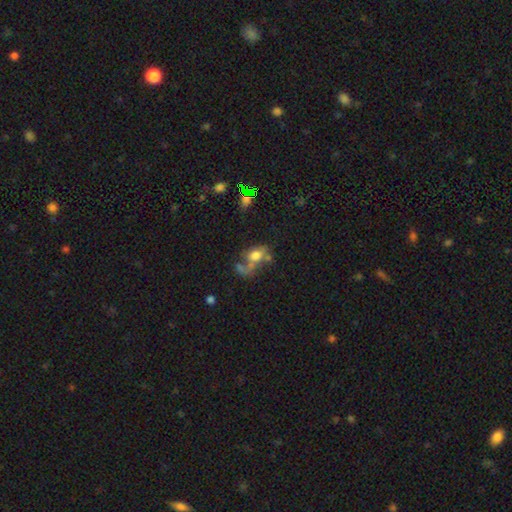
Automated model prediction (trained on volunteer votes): A smooth galaxy with no disk features (50%).

Vote fractions:
- Smooth or featured? smooth: 50% / featured or disk: 36% / star or artifact: 15%
- Merging? major disturbance: 35% / merger: 26% / none: 25% / minor disturbance: 15%